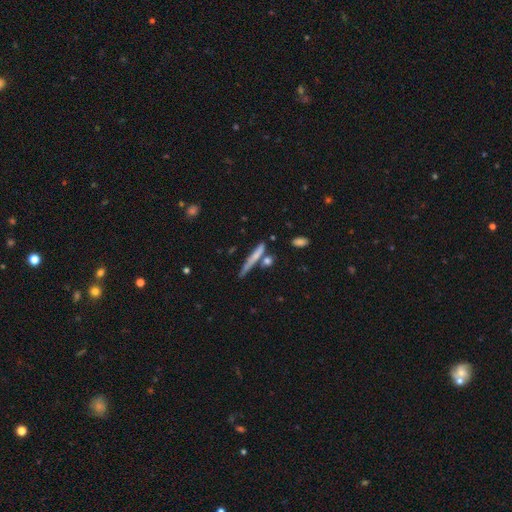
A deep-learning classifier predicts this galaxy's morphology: smooth 61%, featured or disk 31%, star or artifact 8%. Down the decision tree: how rounded — cigar-shaped (91%); merging — none (61%).